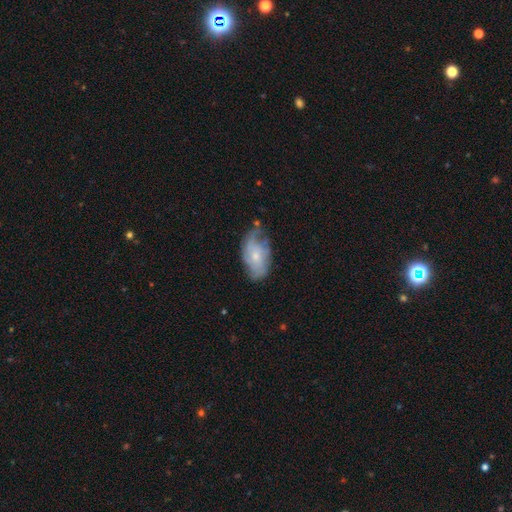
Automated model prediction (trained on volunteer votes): A featured or disk galaxy (62%) with no bar (75%), spiral arms (78%) and a small central bulge (60%). Merging: none (50%).